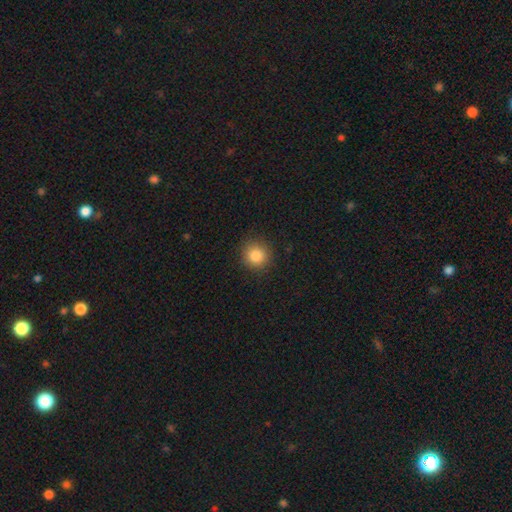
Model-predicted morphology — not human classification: A smooth galaxy with no disk features (84%) that is round (92%). Merging: none (89%).